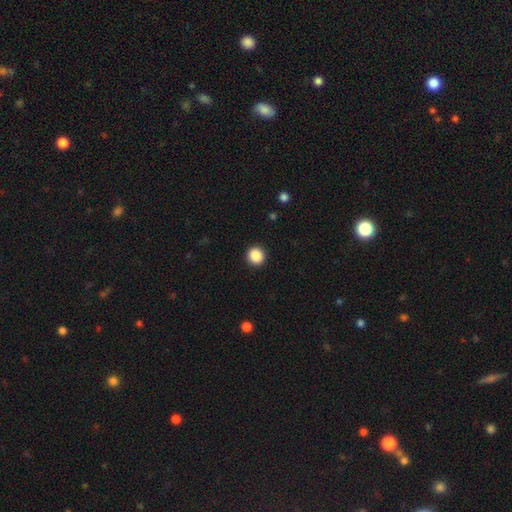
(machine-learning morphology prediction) The model was most divided on "smooth or featured": smooth: 88%, star or artifact: 9%, featured or disk: 3%. More confident: merging — none (92%); how rounded — round (91%).